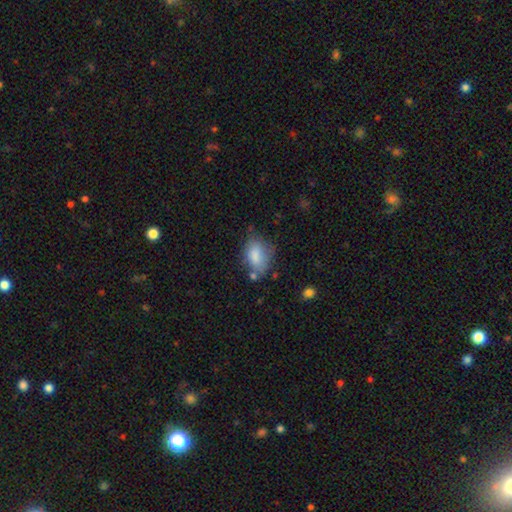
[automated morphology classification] Smooth or featured?
  - smooth: 81% *
  - featured or disk: 12%
  - star or artifact: 8%
How rounded?
  - in between: 85% *
  - round: 13%
  - cigar-shaped: 2%
Merging?
  - none: 51% *
  - minor disturbance: 30%
  - major disturbance: 11%
  - merger: 8%